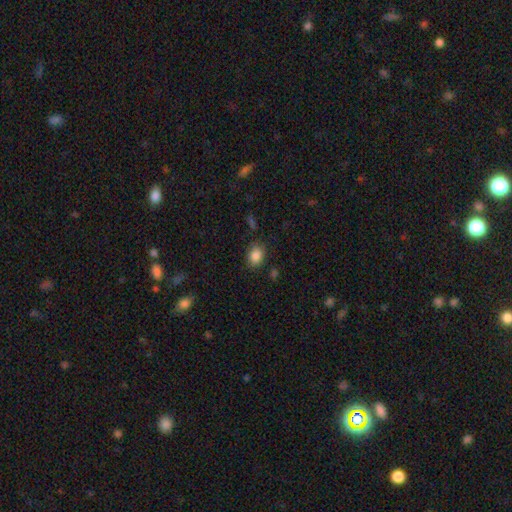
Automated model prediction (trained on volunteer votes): The model was most divided on "how rounded": in between: 67%, round: 32%, cigar-shaped: 1%. More confident: smooth or featured — smooth (86%); merging — none (81%).